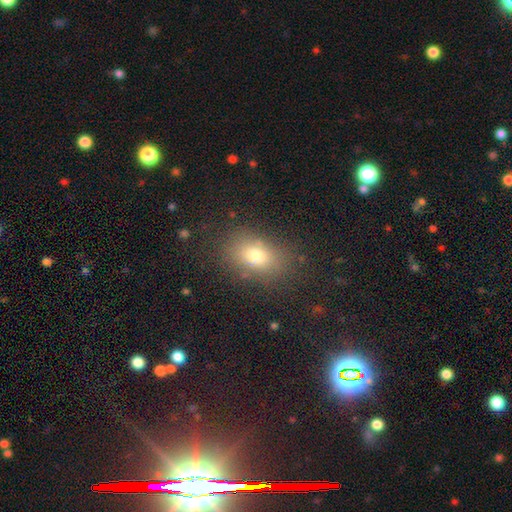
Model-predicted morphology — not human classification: Q: Smooth or featured?
A: smooth (76%); runner-up: star or artifact (13%)
Q: How rounded?
A: in between (78%); runner-up: round (20%)
Q: Merging?
A: none (81%); runner-up: minor disturbance (13%)